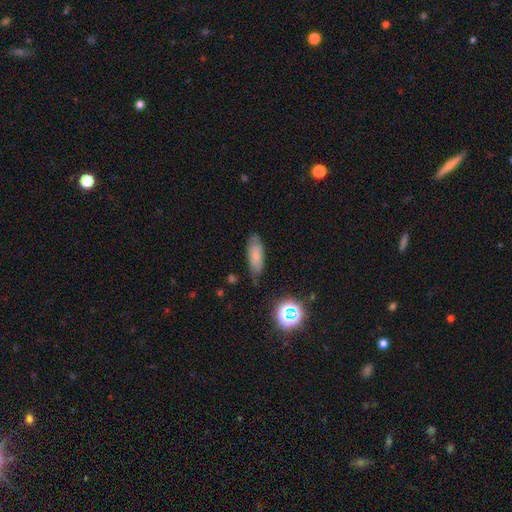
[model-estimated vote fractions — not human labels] This is likely a smooth galaxy (72%). How rounded: likely in between (68%). Merging: likely none (69%).